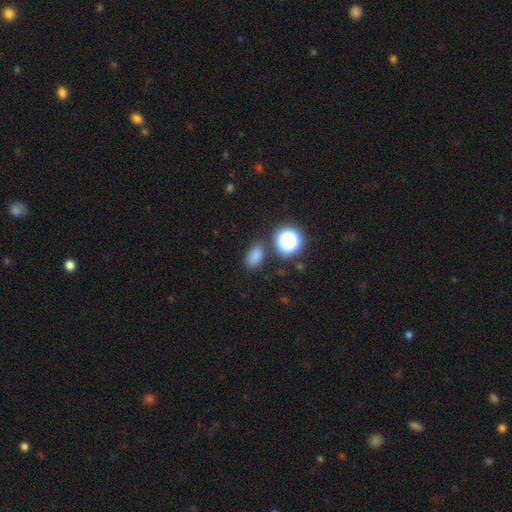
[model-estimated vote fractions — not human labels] smooth-or-featured: smooth: 77% | star or artifact: 17% | featured or disk: 6%
  how-rounded: in between: 80% | round: 18% | cigar-shaped: 2%
  merging: none: 78% | minor disturbance: 12% | merger: 6% | major disturbance: 4%